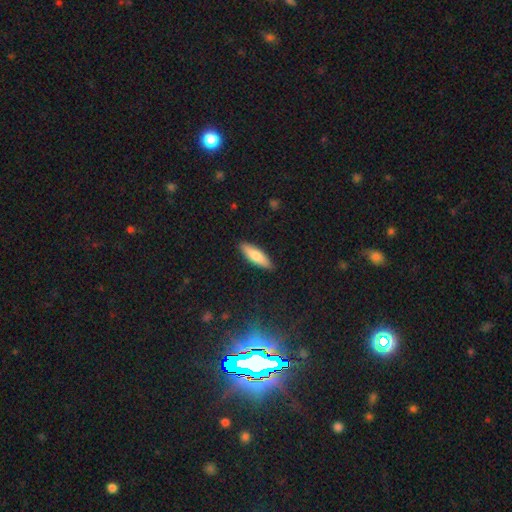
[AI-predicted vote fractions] Smooth or featured? Predicted: smooth (p=0.76). How rounded? Predicted: cigar-shaped (p=0.54). Merging? Predicted: none (p=0.89).